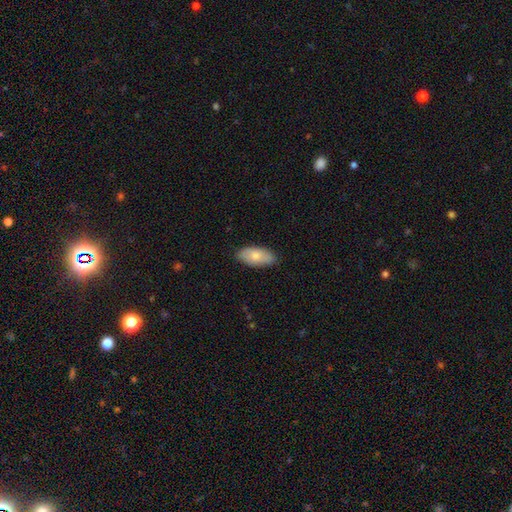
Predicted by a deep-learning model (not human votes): A smooth galaxy with no disk features (76%) that is in between round and cigar-shaped (92%). Merging: none (84%).